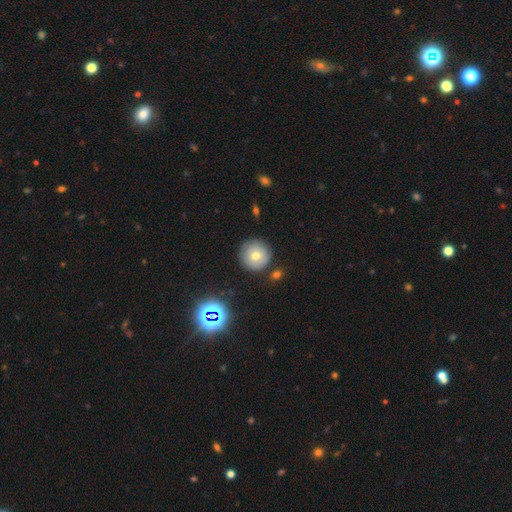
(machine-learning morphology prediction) smooth_or_featured: smooth (p=0.68) [alt: featured or disk p=0.20]
how_rounded: round (p=0.96) [alt: in between p=0.03]
merging: none (p=0.84) [alt: minor disturbance p=0.10]